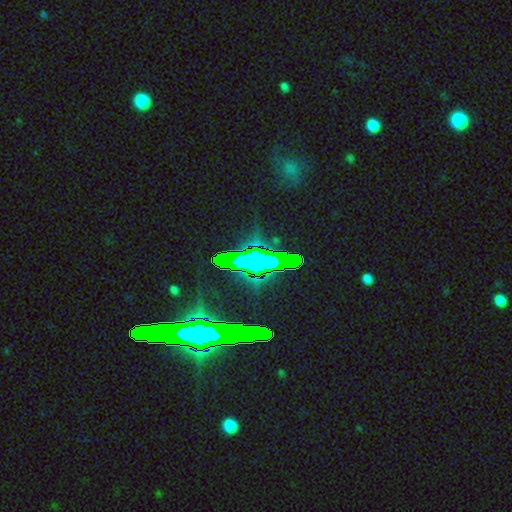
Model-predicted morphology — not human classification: type=star or artifact (80%).